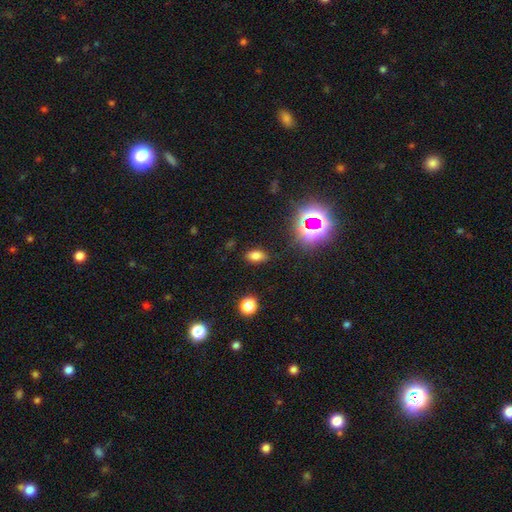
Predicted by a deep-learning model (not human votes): A smooth galaxy with no disk features (73%) that is in between round and cigar-shaped (86%). Merging: none (85%).